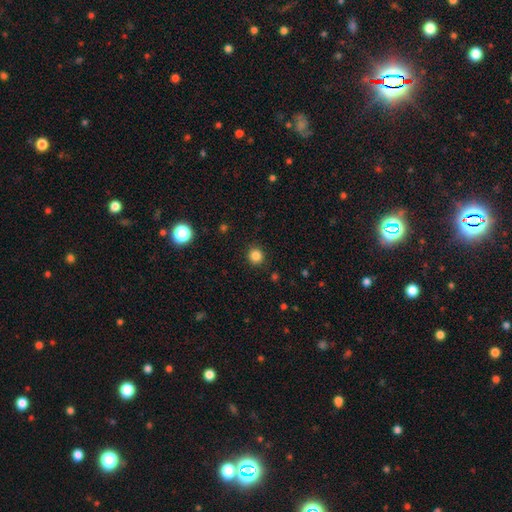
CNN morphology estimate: Q: Smooth or featured?
A: smooth (84%); runner-up: star or artifact (12%)
Q: How rounded?
A: round (90%); runner-up: in between (9%)
Q: Merging?
A: none (90%); runner-up: minor disturbance (6%)